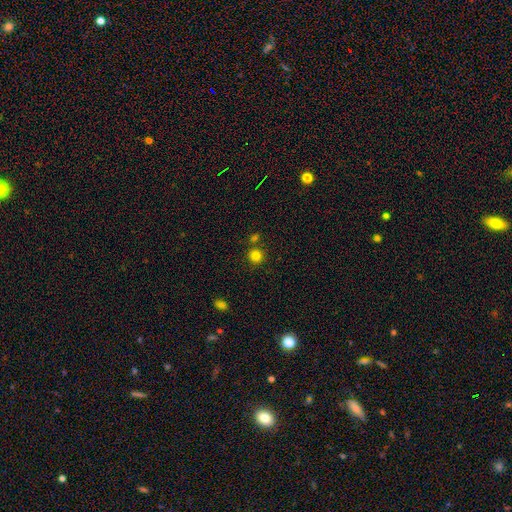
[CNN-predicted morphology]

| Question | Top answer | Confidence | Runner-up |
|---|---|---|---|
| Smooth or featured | smooth | 81% | star or artifact (14%) |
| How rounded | round | 92% | in between (7%) |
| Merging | none | 79% | merger (11%) |